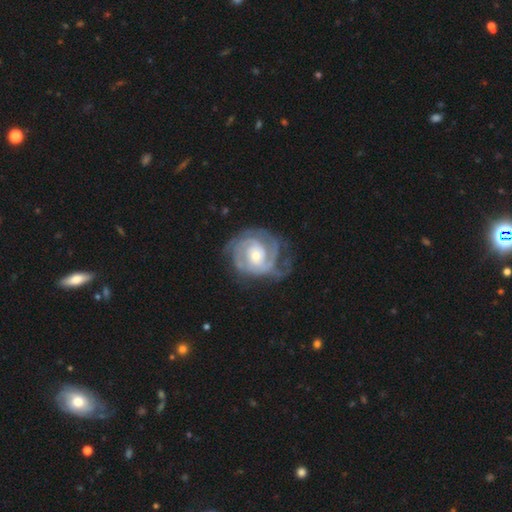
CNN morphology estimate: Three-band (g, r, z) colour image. It shows a featured or disk galaxy (89%) with no bar (62%), 2 (36%) tight (71%) spiral arms (97%) and a moderate central bulge (50%). Merging: none (63%).